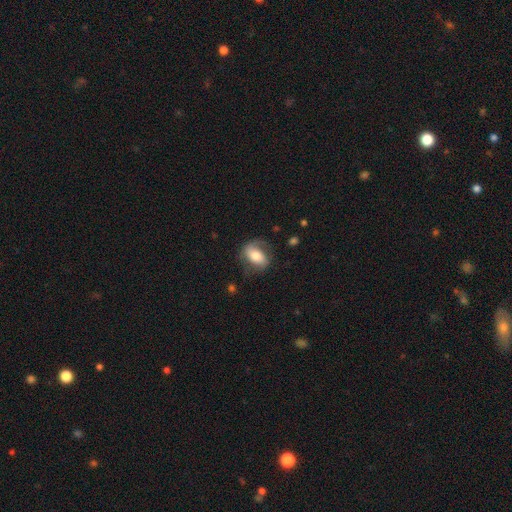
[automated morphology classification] smooth-or-featured: smooth: 48% | featured or disk: 45% | star or artifact: 7%
  merging: none: 62% | minor disturbance: 22% | major disturbance: 14% | merger: 2%